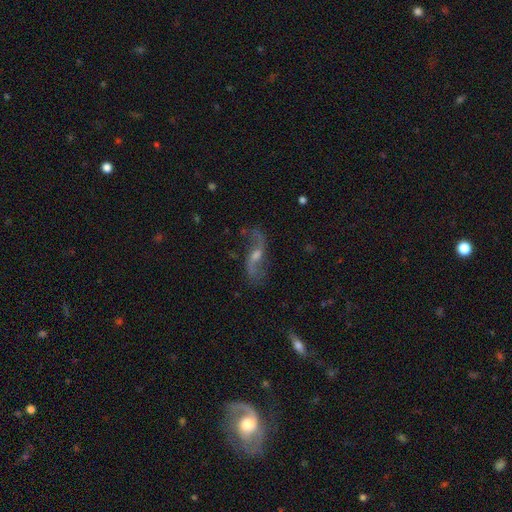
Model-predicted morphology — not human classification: This is clearly a featured or disk galaxy (83%). It is clearly not viewed edge-on (90%). Bar: marginally weak (43%). Spiral arm pattern: clearly yes (94%). Spiral arm count: clearly 2 (92%). Spiral winding: clearly loose (85%). Central bulge: possibly moderate (50%). Merging: likely none (74%).